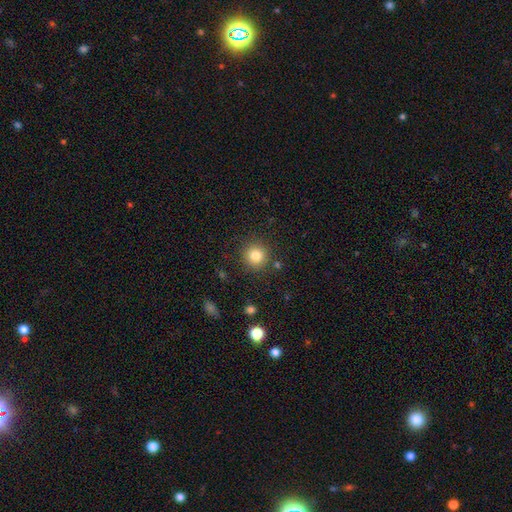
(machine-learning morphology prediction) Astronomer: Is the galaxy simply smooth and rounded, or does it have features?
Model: smooth — 83%.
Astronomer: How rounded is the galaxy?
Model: round — 93%.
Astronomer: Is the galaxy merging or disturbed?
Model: none — 88%.